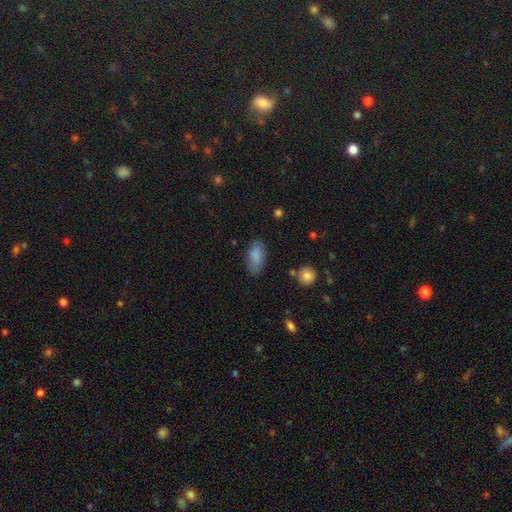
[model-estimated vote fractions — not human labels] A smooth galaxy with no disk features (83%) that is in between round and cigar-shaped (92%).

Vote fractions:
- Smooth or featured? smooth: 83% / featured or disk: 10% / star or artifact: 7%
- How rounded? in between: 92% / cigar-shaped: 5% / round: 3%
- Merging? none: 77% / minor disturbance: 17% / major disturbance: 4% / merger: 2%